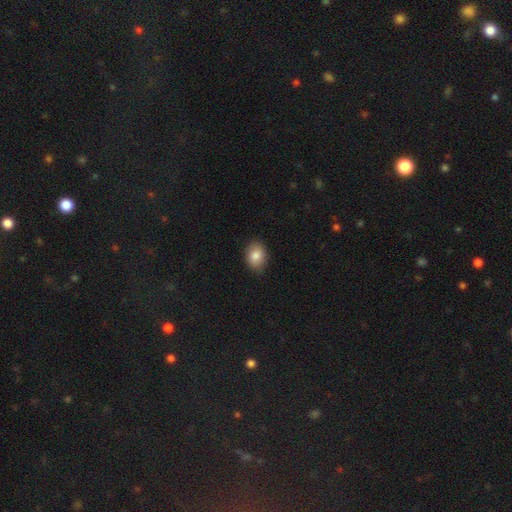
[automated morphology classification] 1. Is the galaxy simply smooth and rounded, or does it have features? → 85% smooth, 8% star or artifact, 7% featured or disk.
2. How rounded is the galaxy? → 69% in between, 30% round, 1% cigar-shaped.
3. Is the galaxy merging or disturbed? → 84% none, 13% minor disturbance, 2% major disturbance, 1% merger.